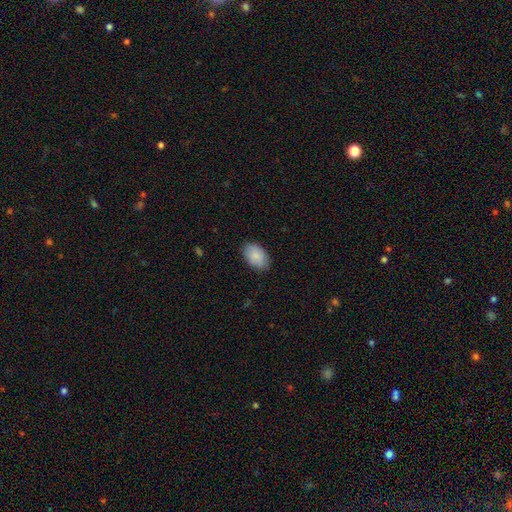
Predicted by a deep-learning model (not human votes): Smooth or featured?
  - smooth: 88% *
  - star or artifact: 6%
  - featured or disk: 6%
How rounded?
  - in between: 90% *
  - round: 8%
  - cigar-shaped: 1%
Merging?
  - none: 86% *
  - minor disturbance: 11%
  - major disturbance: 2%
  - merger: 1%